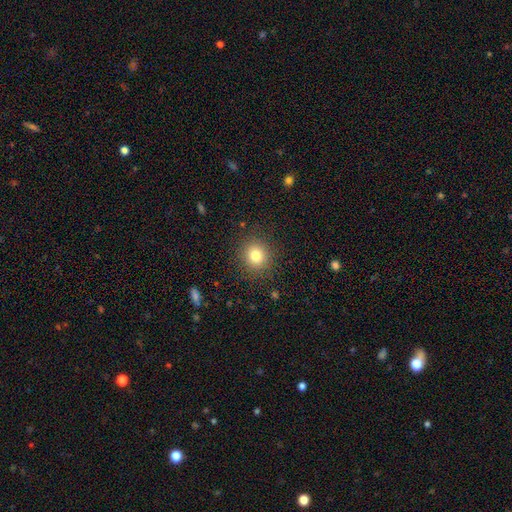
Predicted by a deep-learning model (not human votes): smooth-or-featured: smooth: 79% | star or artifact: 13% | featured or disk: 8%
  how-rounded: round: 88% | in between: 11% | cigar-shaped: 1%
  merging: none: 89% | minor disturbance: 7% | major disturbance: 3% | merger: 1%